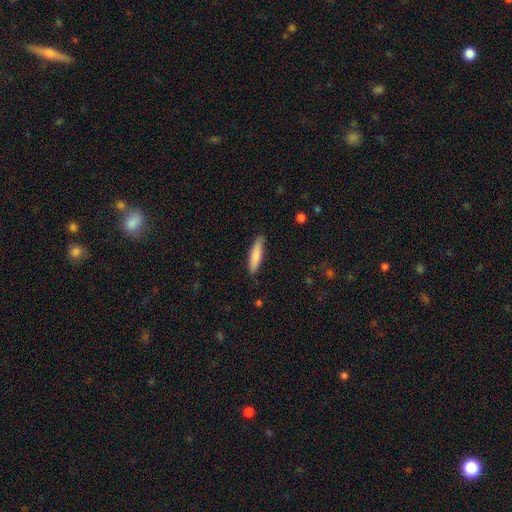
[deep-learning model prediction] This appears to be a smooth galaxy with no disk features (82%) that is cigar-shaped (80%). Merging: none (84%).